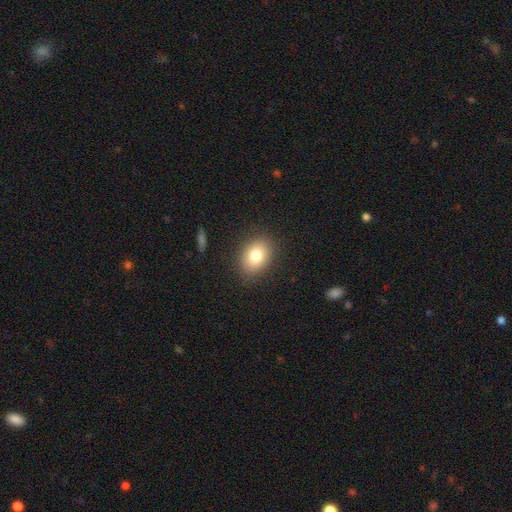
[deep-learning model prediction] This is clearly a smooth galaxy (80%). How rounded: likely in between (70%). Merging: clearly none (85%).